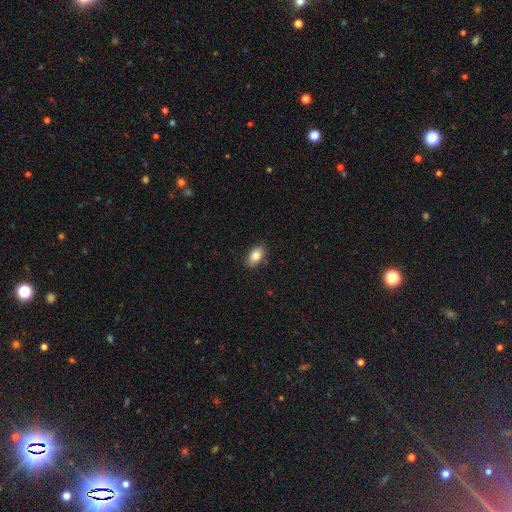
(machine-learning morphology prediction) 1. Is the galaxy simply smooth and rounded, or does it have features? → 82% smooth, 11% featured or disk, 8% star or artifact.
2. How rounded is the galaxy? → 91% in between, 7% round, 2% cigar-shaped.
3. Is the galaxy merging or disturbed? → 88% none, 9% minor disturbance, 2% major disturbance, 1% merger.